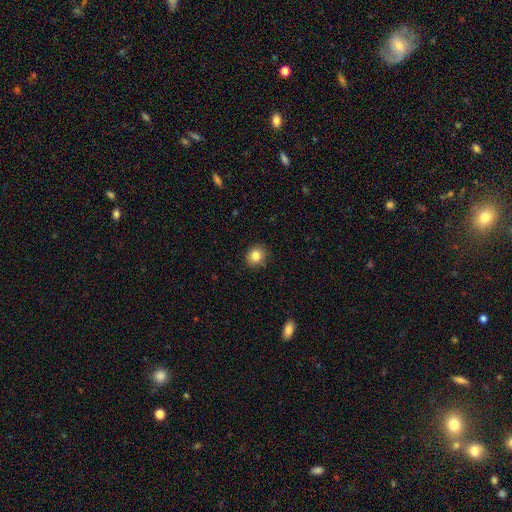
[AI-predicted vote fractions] This is clearly a smooth galaxy (83%). How rounded: likely round (70%). Merging: clearly none (87%).